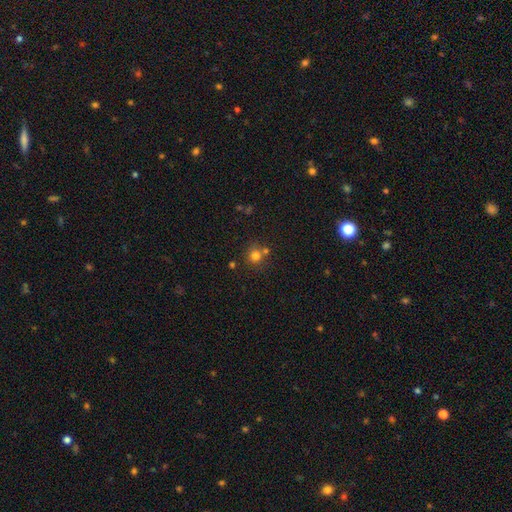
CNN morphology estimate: Smooth or featured? Predicted: smooth (p=0.76). How rounded? Predicted: round (p=0.91). Merging? Predicted: none (p=0.66).